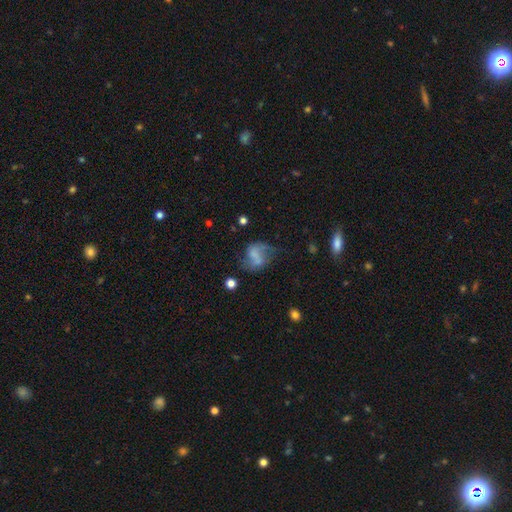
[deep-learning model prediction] Overall: featured or disk (53%; smooth 35%). Edge-on disk: no (97%). Bar: no (47%; weak 34%). Spiral arms: yes (73%). Bulge size: none (61%). Merging: none (44%; minor disturbance 24%).